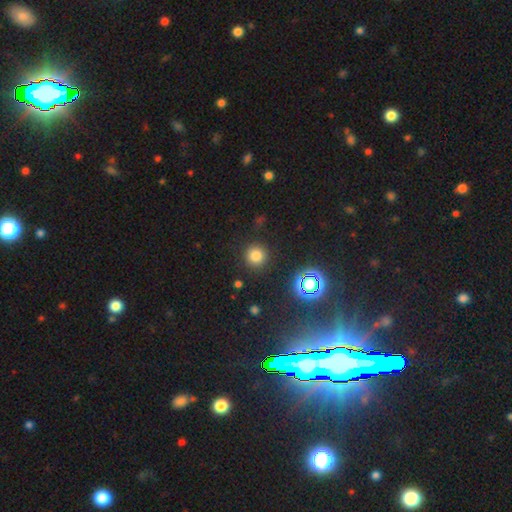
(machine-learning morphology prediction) A smooth galaxy with no disk features (77%) that is round (94%). Merging: none (89%).